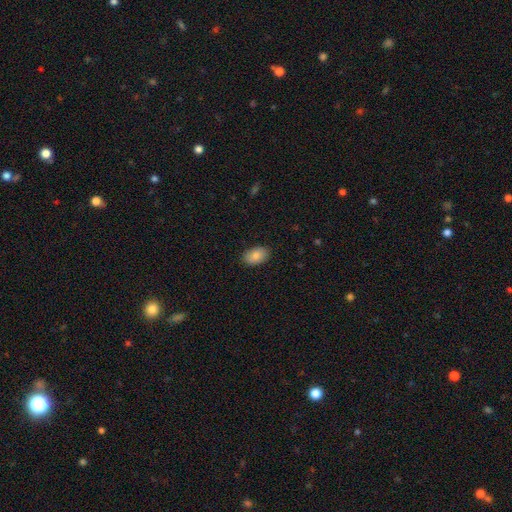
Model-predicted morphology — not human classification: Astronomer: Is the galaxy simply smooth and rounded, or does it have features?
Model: smooth — 85%.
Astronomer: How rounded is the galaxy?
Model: in between — 91%.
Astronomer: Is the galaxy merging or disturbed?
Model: none — 88%.